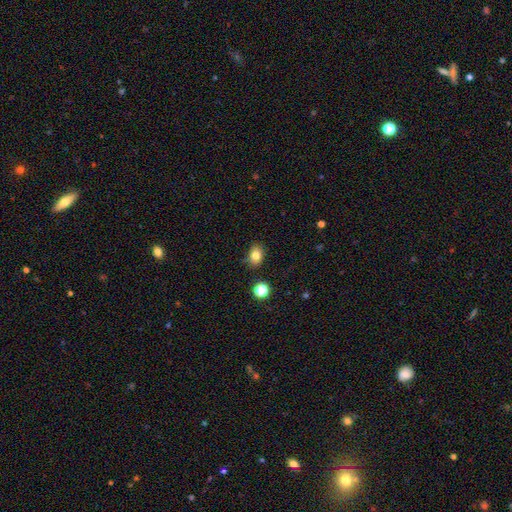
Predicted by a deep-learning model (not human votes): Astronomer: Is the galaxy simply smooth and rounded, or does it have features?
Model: smooth — 80%.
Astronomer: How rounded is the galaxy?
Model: in between — 63%.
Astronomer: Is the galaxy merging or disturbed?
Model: none — 81%.